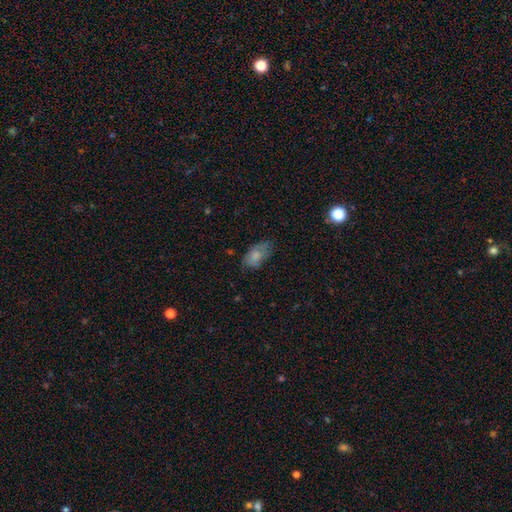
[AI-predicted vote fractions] Smooth or featured: smooth — 75% (featured or disk — 16%)
How rounded: in between — 92% (round — 5%)
Merging: none — 59% (minor disturbance — 29%)